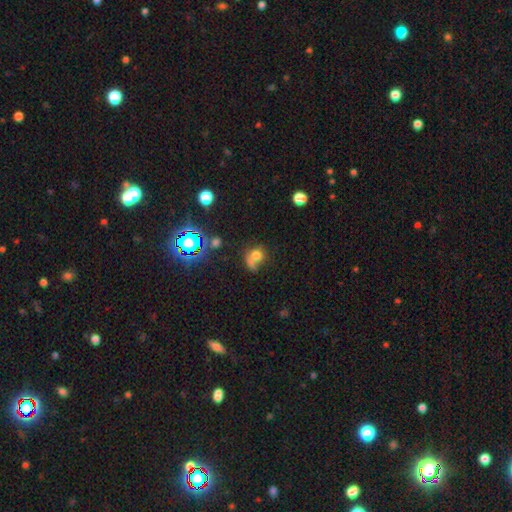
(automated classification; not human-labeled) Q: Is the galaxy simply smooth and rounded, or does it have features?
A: smooth — 65%.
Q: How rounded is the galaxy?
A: round — 69%.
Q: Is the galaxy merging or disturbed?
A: merger — 37%.